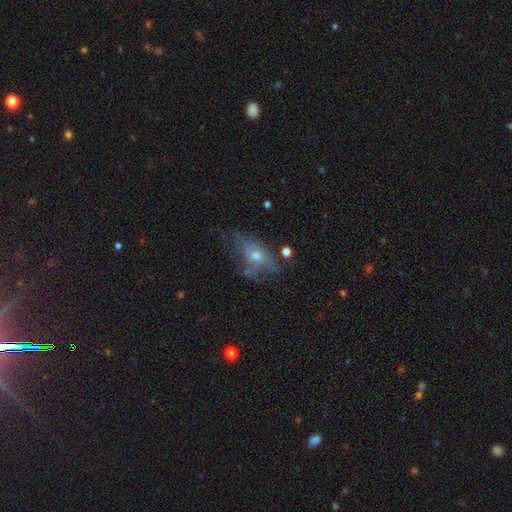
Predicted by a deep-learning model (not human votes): Smooth or featured? featured or disk (46%)
Merging? none (41%)